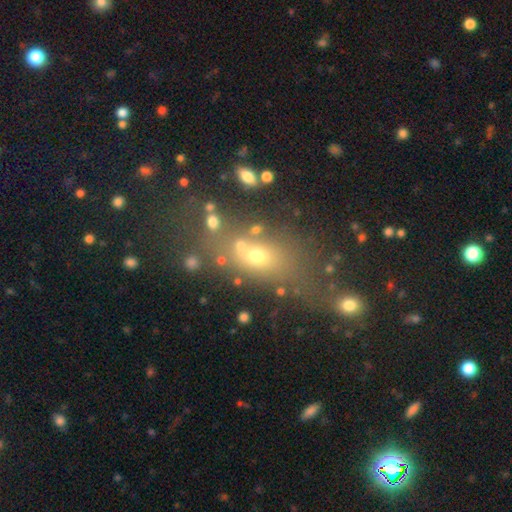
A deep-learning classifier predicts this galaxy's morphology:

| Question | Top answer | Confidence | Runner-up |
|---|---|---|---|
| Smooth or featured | smooth | 53% | star or artifact (27%) |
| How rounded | in between | 58% | round (28%) |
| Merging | none | 57% | merger (18%) |